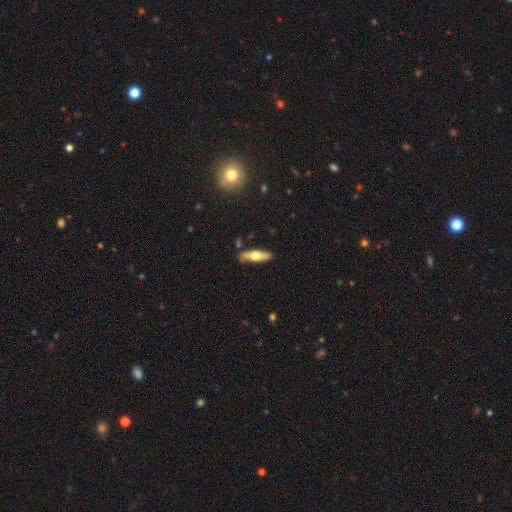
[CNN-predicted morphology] smooth-or-featured: smooth: 58% | featured or disk: 36% | star or artifact: 6%
  how-rounded: cigar-shaped: 61% | in between: 37% | round: 2%
  merging: none: 83% | minor disturbance: 12% | major disturbance: 2% | merger: 2%